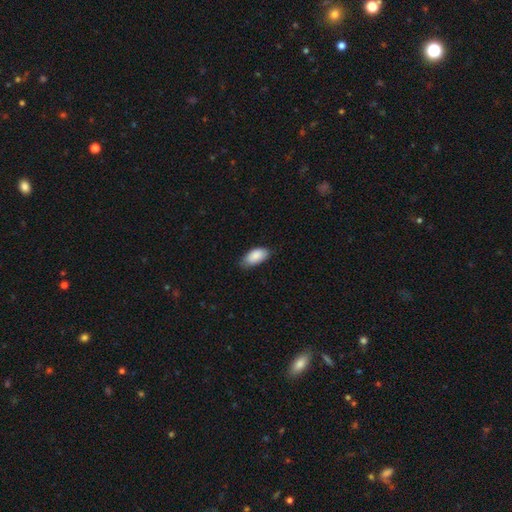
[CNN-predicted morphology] smooth 87%, featured or disk 6%, star or artifact 6%. Down the decision tree: how rounded — in between (93%); merging — none (72%).